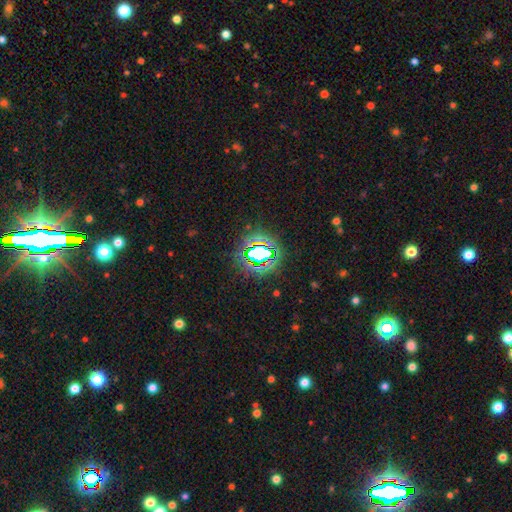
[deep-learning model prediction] Smooth or featured? Predicted: star or artifact (p=0.65).